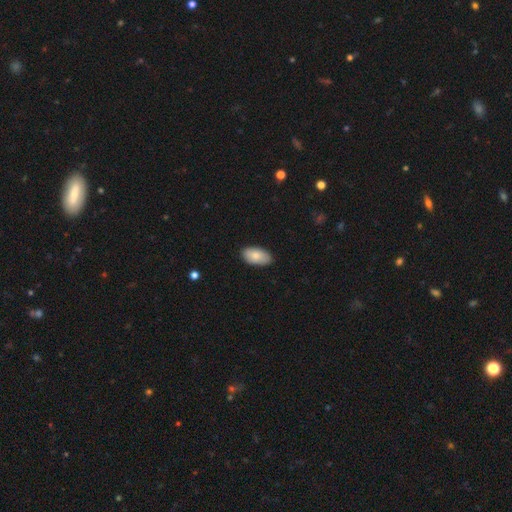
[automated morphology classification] This is clearly a smooth galaxy (81%). How rounded: clearly in between (95%). Merging: clearly none (85%).